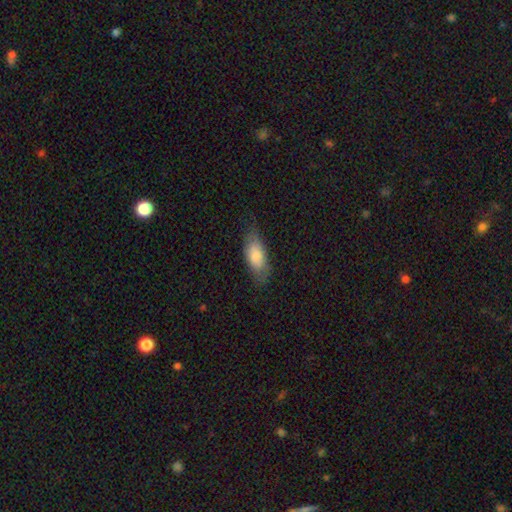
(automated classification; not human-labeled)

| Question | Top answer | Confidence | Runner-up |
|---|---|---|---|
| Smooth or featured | smooth | 78% | featured or disk (16%) |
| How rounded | in between | 78% | cigar-shaped (19%) |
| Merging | none | 72% | minor disturbance (22%) |